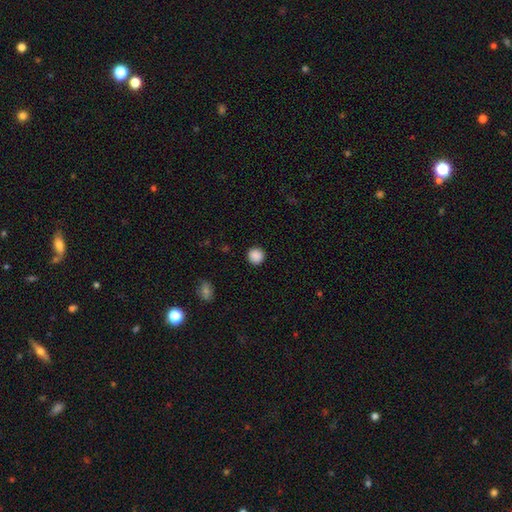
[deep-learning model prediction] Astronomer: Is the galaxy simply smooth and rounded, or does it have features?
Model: smooth — 88%.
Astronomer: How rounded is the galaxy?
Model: round — 93%.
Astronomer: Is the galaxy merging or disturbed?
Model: none — 92%.